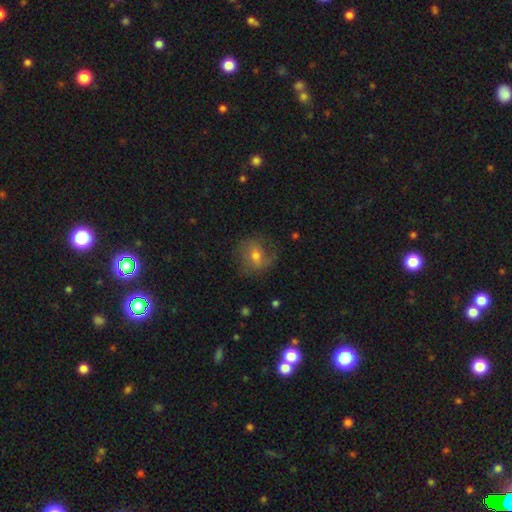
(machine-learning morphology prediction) A featured or disk galaxy (46%).

Vote fractions:
- Smooth or featured? featured or disk: 46% / smooth: 43% / star or artifact: 11%
- Merging? none: 62% / minor disturbance: 22% / major disturbance: 14% / merger: 2%